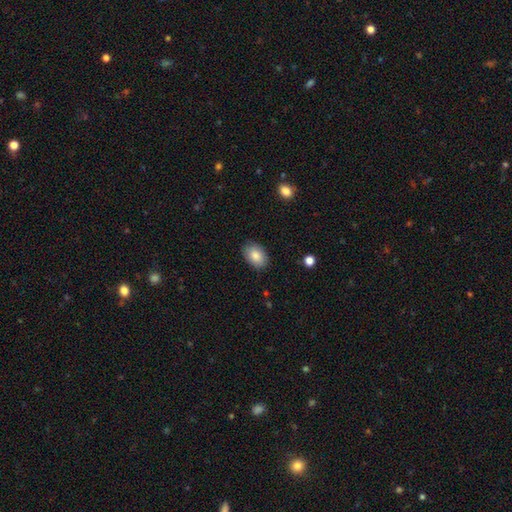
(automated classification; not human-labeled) Smooth or featured: smooth — 85% (featured or disk — 8%)
How rounded: in between — 86% (round — 12%)
Merging: none — 86% (minor disturbance — 10%)